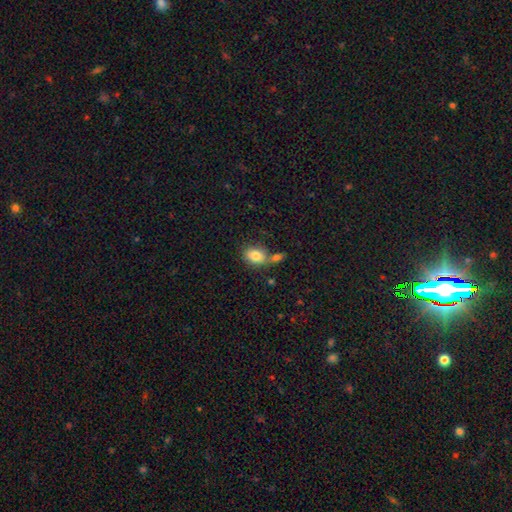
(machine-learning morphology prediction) Overall: smooth (82%). How rounded: in between (71%). Merging: none (52%; merger 28%).